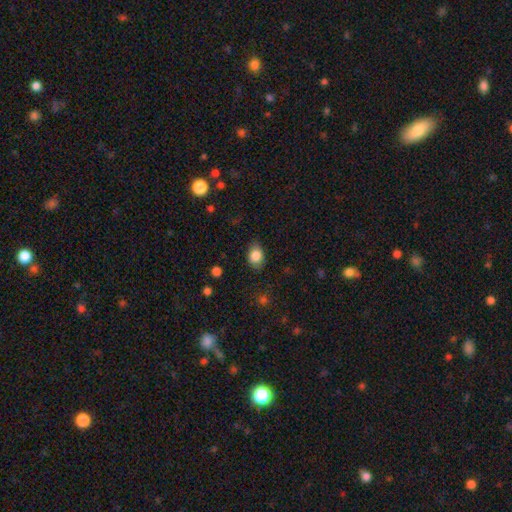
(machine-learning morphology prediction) Smooth or featured? Predicted: smooth (p=0.85). How rounded? Predicted: in between (p=0.70). Merging? Predicted: none (p=0.79).